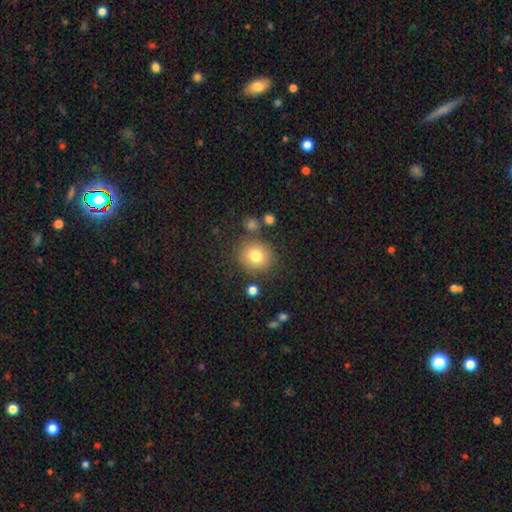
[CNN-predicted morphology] Q: Smooth or featured?
A: smooth (79%); runner-up: star or artifact (11%)
Q: How rounded?
A: round (85%); runner-up: in between (14%)
Q: Merging?
A: none (80%); runner-up: minor disturbance (11%)